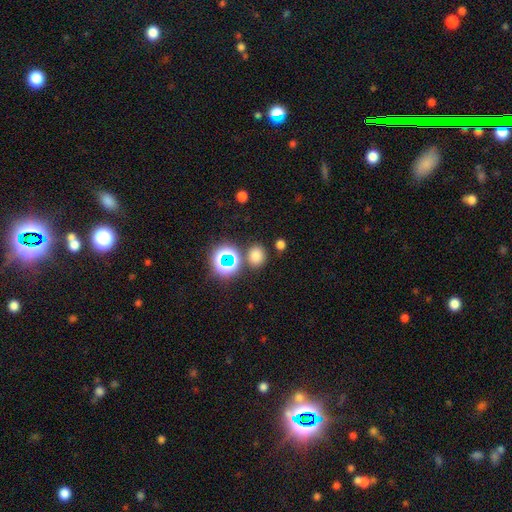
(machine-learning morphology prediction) Smooth or featured? smooth (72%)
How rounded? round (63%)
Merging? none (80%)